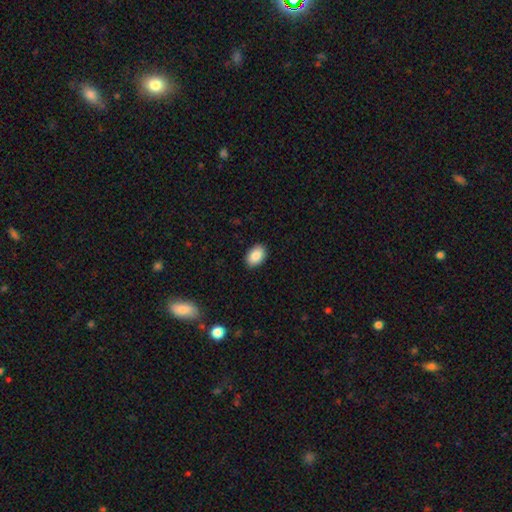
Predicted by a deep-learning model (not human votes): A smooth galaxy with no disk features (89%) that is in between round and cigar-shaped (88%). Merging: none (89%).